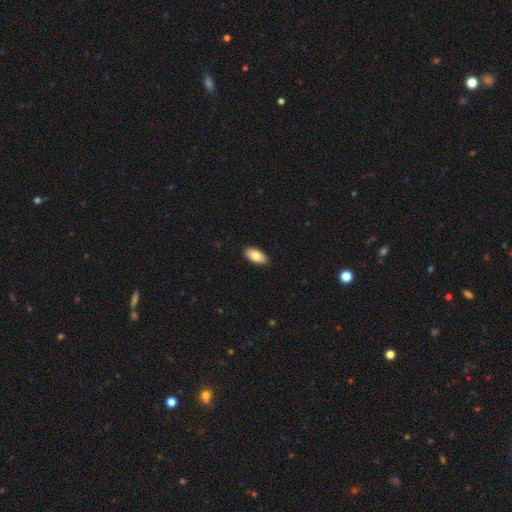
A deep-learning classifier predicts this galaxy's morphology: Smooth or featured?
  - smooth: 81% *
  - featured or disk: 12%
  - star or artifact: 6%
How rounded?
  - in between: 94% *
  - cigar-shaped: 3%
  - round: 3%
Merging?
  - none: 90% *
  - minor disturbance: 7%
  - major disturbance: 2%
  - merger: 1%